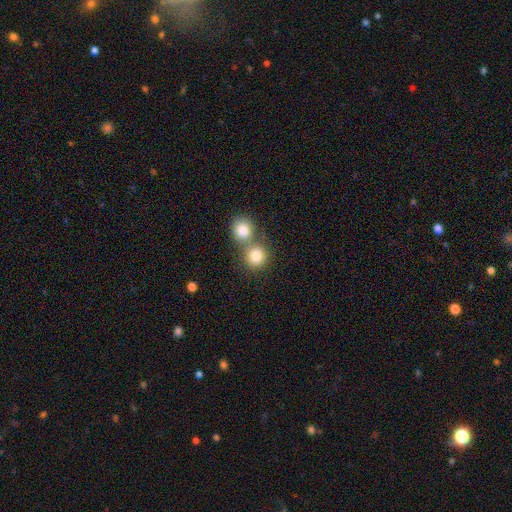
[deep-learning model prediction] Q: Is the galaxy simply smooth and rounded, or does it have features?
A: smooth — 82%.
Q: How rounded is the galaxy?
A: round — 88%.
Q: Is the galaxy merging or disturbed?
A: none — 46%.